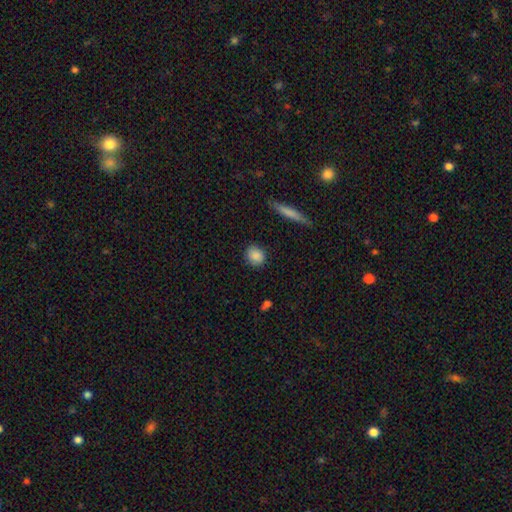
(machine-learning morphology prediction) A smooth galaxy with no disk features (87%) that is round (71%). Merging: none (87%).